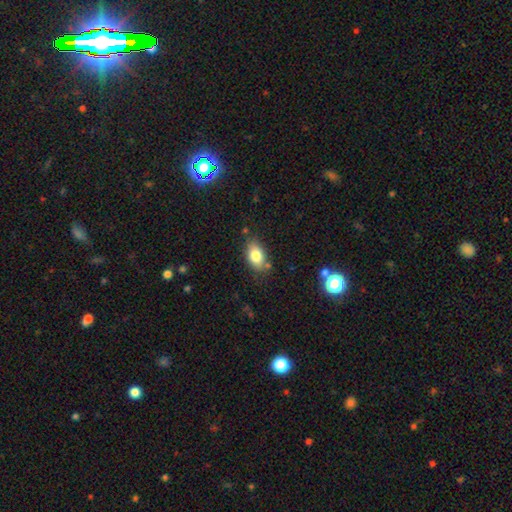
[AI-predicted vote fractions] Smooth or featured?
  - smooth: 81% *
  - featured or disk: 11%
  - star or artifact: 8%
How rounded?
  - in between: 88% *
  - round: 10%
  - cigar-shaped: 2%
Merging?
  - none: 77% *
  - minor disturbance: 15%
  - merger: 4%
  - major disturbance: 4%